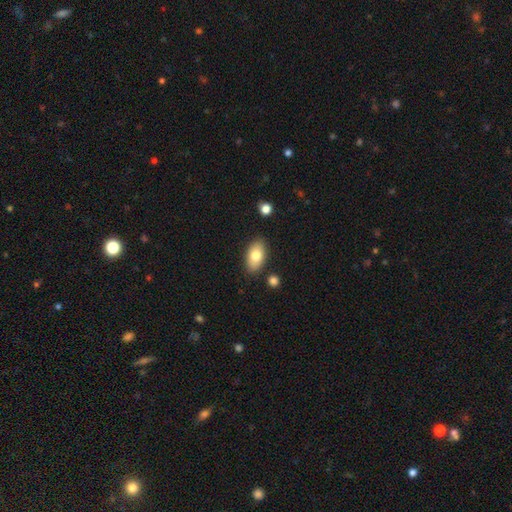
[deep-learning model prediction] smooth-or-featured: smooth: 79% | featured or disk: 15% | star or artifact: 7%
  how-rounded: in between: 92% | round: 5% | cigar-shaped: 2%
  merging: none: 86% | minor disturbance: 10% | merger: 3% | major disturbance: 2%